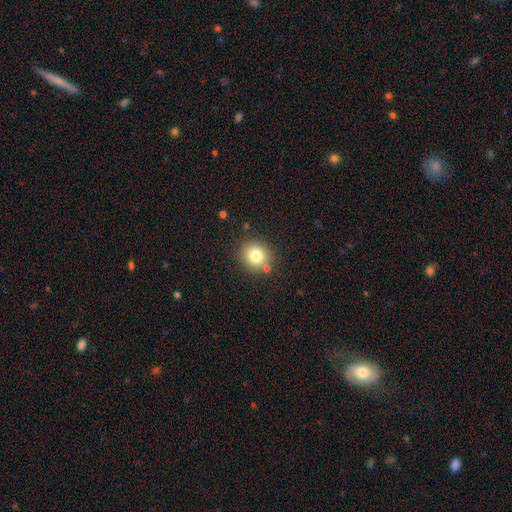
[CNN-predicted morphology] Overall: smooth (79%). How rounded: round (85%). Merging: none (80%).